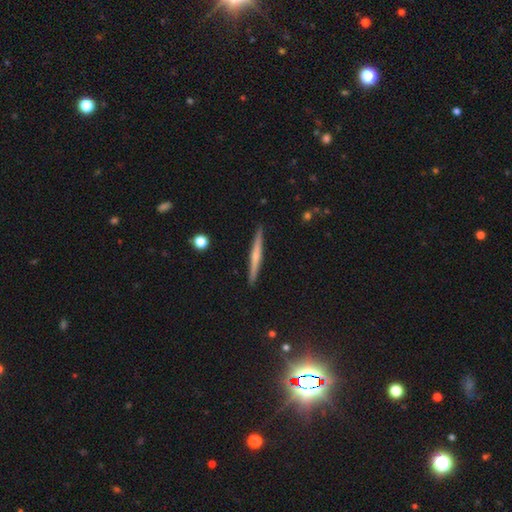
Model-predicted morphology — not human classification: Q: Smooth or featured?
A: featured or disk (52%); runner-up: smooth (42%)
Q: Edge-on disk?
A: yes (98%); runner-up: no (2%)
Q: Edge-on bulge?
A: none (48%); runner-up: rounded (43%)
Q: Merging?
A: none (92%); runner-up: minor disturbance (6%)